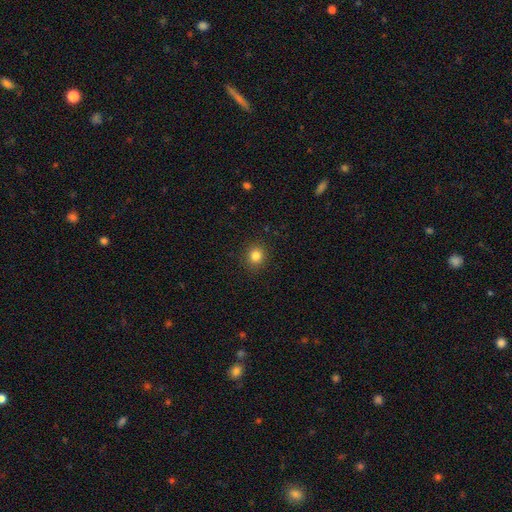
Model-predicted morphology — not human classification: smooth_or_featured: smooth (p=0.83) [alt: star or artifact p=0.12]
how_rounded: round (p=0.84) [alt: in between p=0.15]
merging: none (p=0.90) [alt: minor disturbance p=0.07]